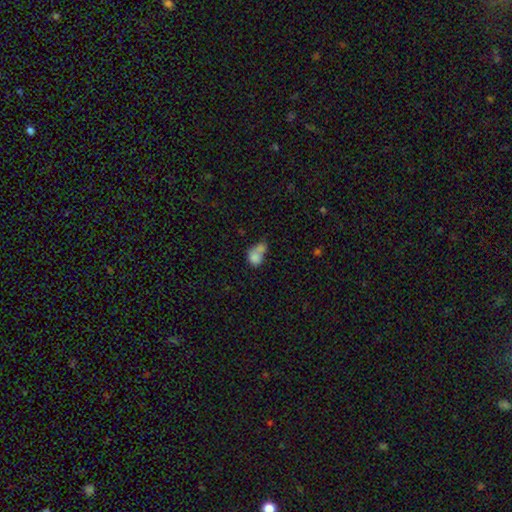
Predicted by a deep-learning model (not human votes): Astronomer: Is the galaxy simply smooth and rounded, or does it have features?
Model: smooth — 76%.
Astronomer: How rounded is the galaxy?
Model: in between — 54% (runner-up: round, 44%).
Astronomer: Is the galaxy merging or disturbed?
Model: merger — 59%.